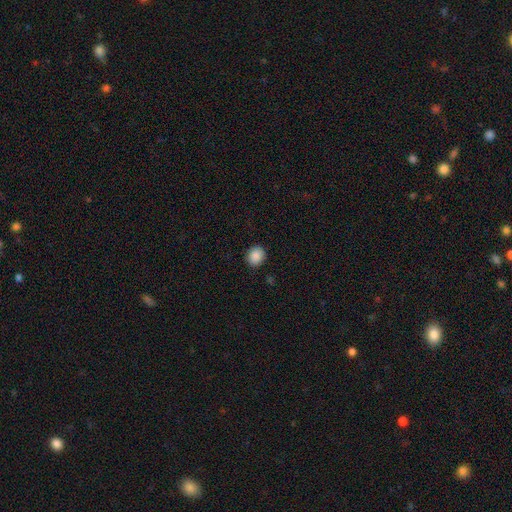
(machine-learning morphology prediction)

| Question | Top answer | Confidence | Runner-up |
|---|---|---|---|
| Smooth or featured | smooth | 88% | star or artifact (9%) |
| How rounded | round | 73% | in between (26%) |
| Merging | none | 90% | minor disturbance (7%) |